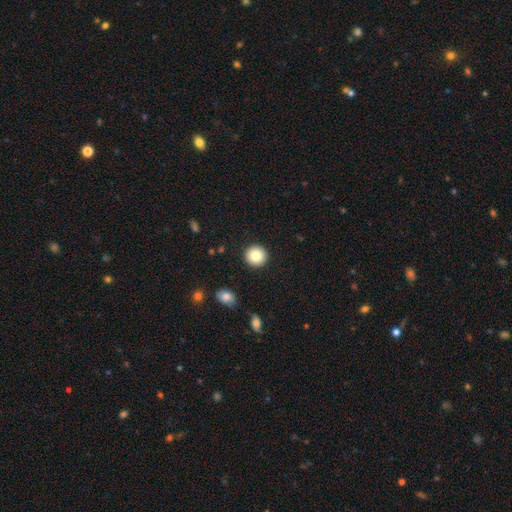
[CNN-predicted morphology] The model was most divided on "smooth or featured": smooth: 84%, star or artifact: 8%, featured or disk: 8%. More confident: how rounded — round (93%); merging — none (92%).